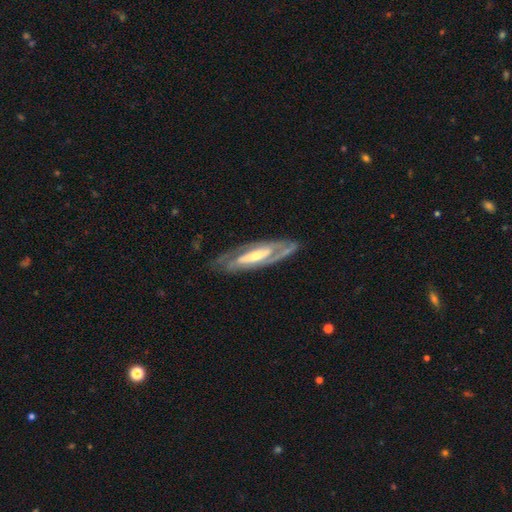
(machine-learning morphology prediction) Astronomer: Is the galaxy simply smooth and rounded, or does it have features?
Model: featured or disk — 83%.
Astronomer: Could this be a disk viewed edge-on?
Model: no — 80%.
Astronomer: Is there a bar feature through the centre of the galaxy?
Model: strong — 37% (runner-up: no, 32%).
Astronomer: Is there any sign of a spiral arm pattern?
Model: yes — 85%.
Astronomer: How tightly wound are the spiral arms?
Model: tight — 50% (runner-up: medium, 39%).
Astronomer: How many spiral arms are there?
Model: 2 — 71%.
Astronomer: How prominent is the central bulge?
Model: moderate — 47% (runner-up: small, 44%).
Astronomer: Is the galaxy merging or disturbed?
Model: none — 75%.